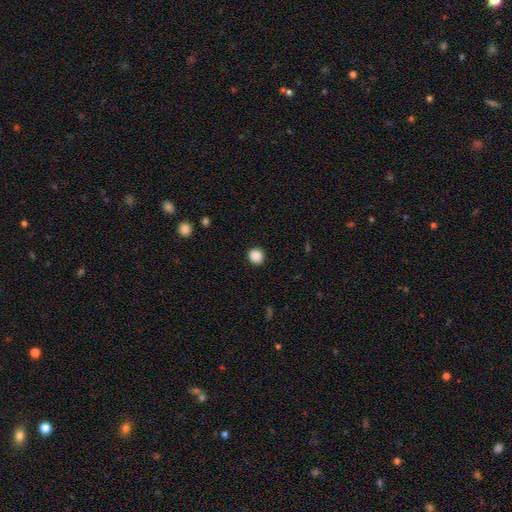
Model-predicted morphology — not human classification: type=smooth (88%); roundness=round (91%); merging=none (91%).